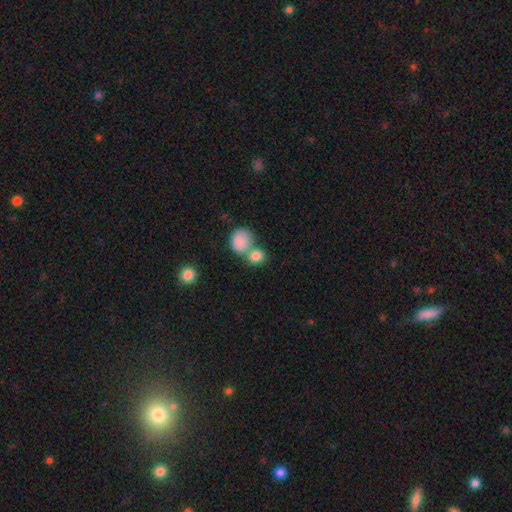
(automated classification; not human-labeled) A smooth galaxy with no disk features (84%) that is round (66%). Merging: merger (49%).